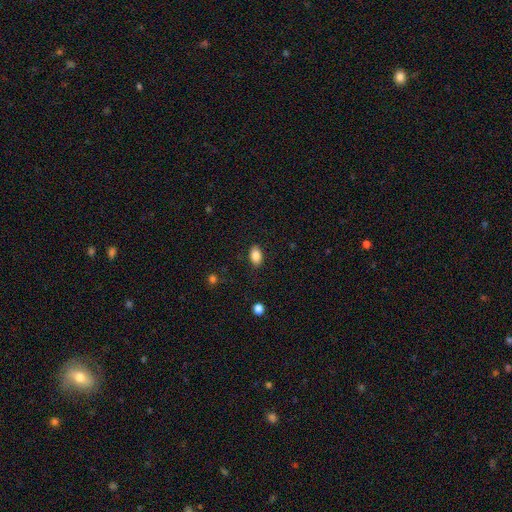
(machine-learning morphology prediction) Smooth or featured: smooth — 86% (star or artifact — 8%)
How rounded: in between — 90% (round — 9%)
Merging: none — 87% (minor disturbance — 10%)